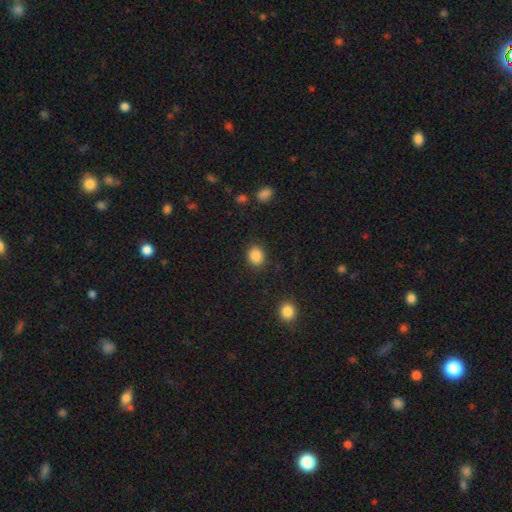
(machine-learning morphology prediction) type=smooth (88%); roundness=round (71%); merging=none (88%).